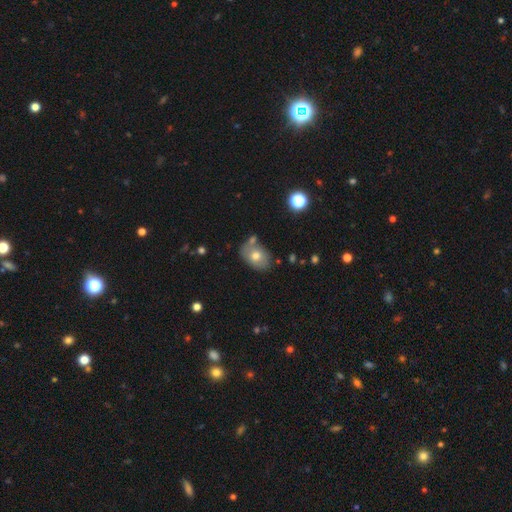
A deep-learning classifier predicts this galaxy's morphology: smooth 69%, featured or disk 21%, star or artifact 9%. Down the decision tree: how rounded — in between (76%); merging — none (63%).